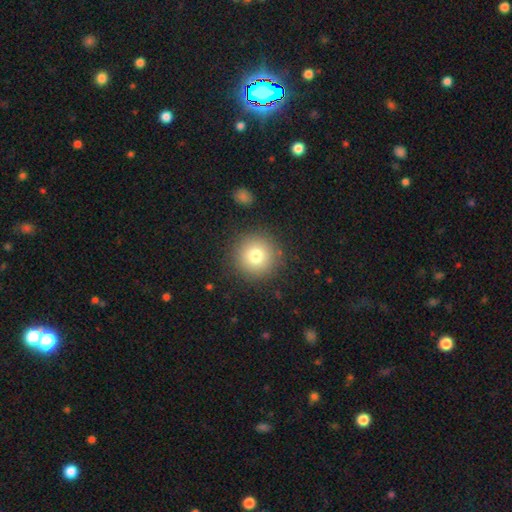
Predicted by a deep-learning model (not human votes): smooth_or_featured: smooth (p=0.63) [alt: star or artifact p=0.27]
how_rounded: round (p=0.96) [alt: in between p=0.03]
merging: none (p=0.92) [alt: minor disturbance p=0.05]